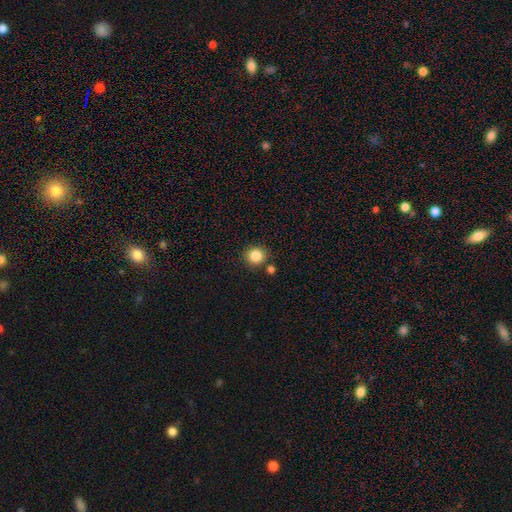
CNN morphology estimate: smooth_or_featured: smooth (p=0.85) [alt: star or artifact p=0.10]
how_rounded: round (p=0.90) [alt: in between p=0.09]
merging: none (p=0.83) [alt: minor disturbance p=0.08]